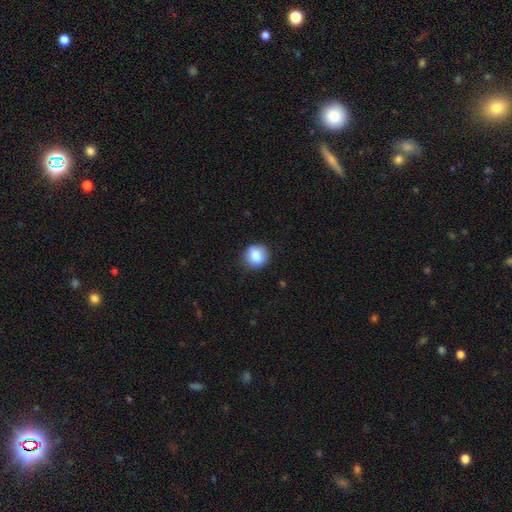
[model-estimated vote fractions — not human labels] Smooth or featured? smooth (83%)
How rounded? round (84%)
Merging? none (87%)